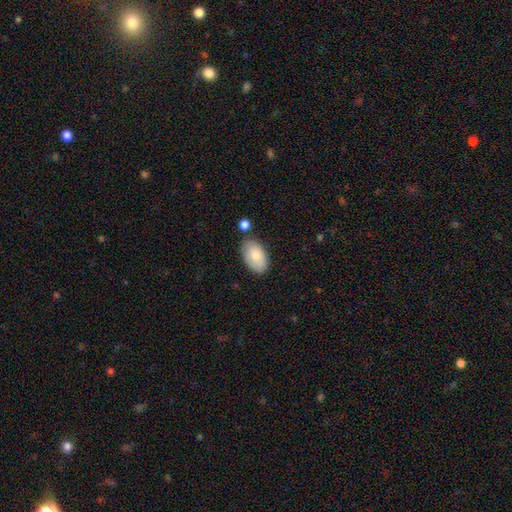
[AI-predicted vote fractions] Overall: smooth (81%). How rounded: in between (95%). Merging: none (75%).